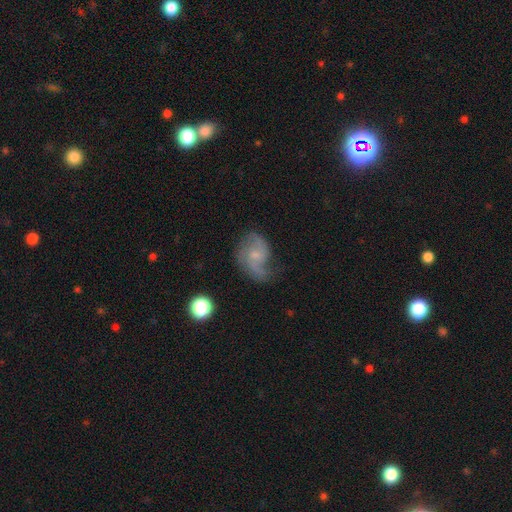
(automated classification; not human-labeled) Q: Smooth or featured?
A: featured or disk (78%); runner-up: smooth (15%)
Q: Edge-on disk?
A: no (98%); runner-up: yes (2%)
Q: Bar?
A: no (62%); runner-up: weak (34%)
Q: Spiral arms?
A: yes (94%); runner-up: no (6%)
Q: Spiral winding?
A: loose (45%); runner-up: medium (42%)
Q: Spiral arm count?
A: 2 (77%); runner-up: can't tell (8%)
Q: Bulge size?
A: small (63%); runner-up: moderate (25%)
Q: Merging?
A: none (58%); runner-up: minor disturbance (25%)